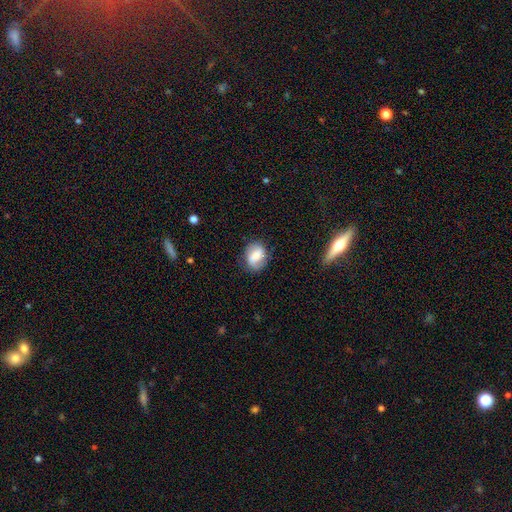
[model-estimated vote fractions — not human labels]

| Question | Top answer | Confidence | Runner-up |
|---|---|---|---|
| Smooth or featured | smooth | 59% | featured or disk (33%) |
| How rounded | in between | 54% | round (45%) |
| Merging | none | 75% | minor disturbance (18%) |